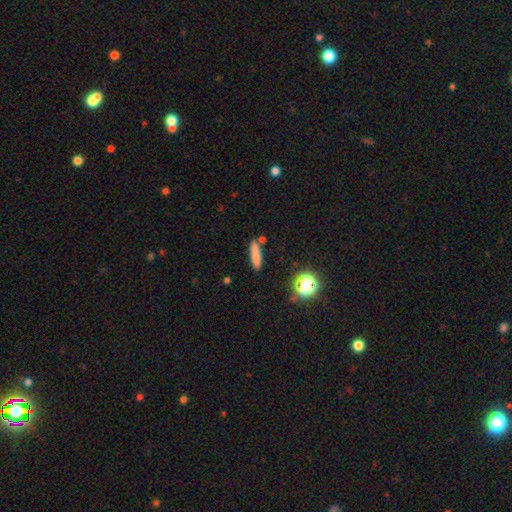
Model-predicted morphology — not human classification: Q: Smooth or featured?
A: smooth (73%); runner-up: featured or disk (15%)
Q: How rounded?
A: cigar-shaped (73%); runner-up: in between (22%)
Q: Merging?
A: none (73%); runner-up: minor disturbance (14%)